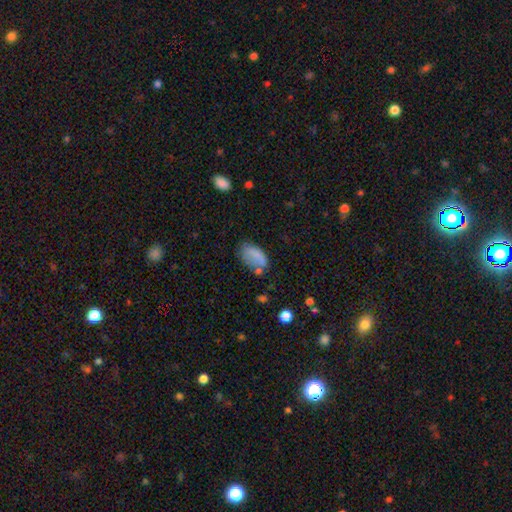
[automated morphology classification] smooth 75%, featured or disk 15%, star or artifact 10%. Down the decision tree: how rounded — in between (92%); merging — none (48%).